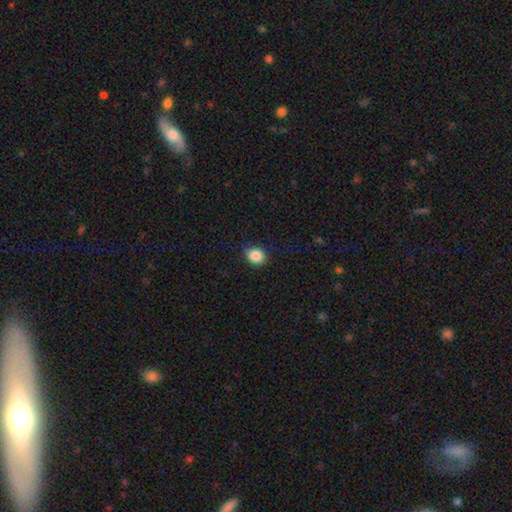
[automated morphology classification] Overall: smooth (87%). How rounded: round (57%; in between 42%). Merging: none (83%).